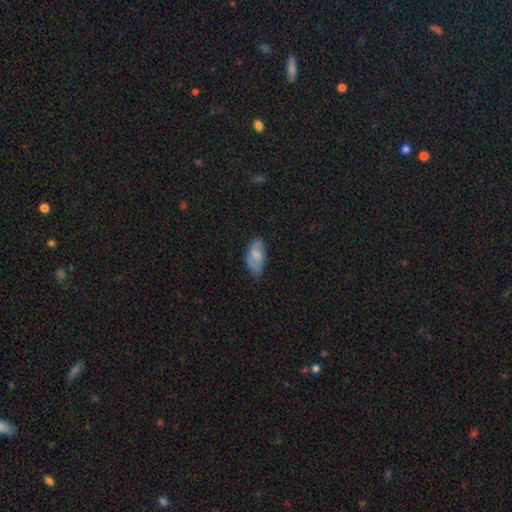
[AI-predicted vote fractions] A smooth galaxy with no disk features (65%) that is in between round and cigar-shaped (90%).

Vote fractions:
- Smooth or featured? smooth: 65% / featured or disk: 29% / star or artifact: 7%
- How rounded? in between: 90% / cigar-shaped: 6% / round: 3%
- Merging? none: 58% / minor disturbance: 32% / major disturbance: 8% / merger: 2%